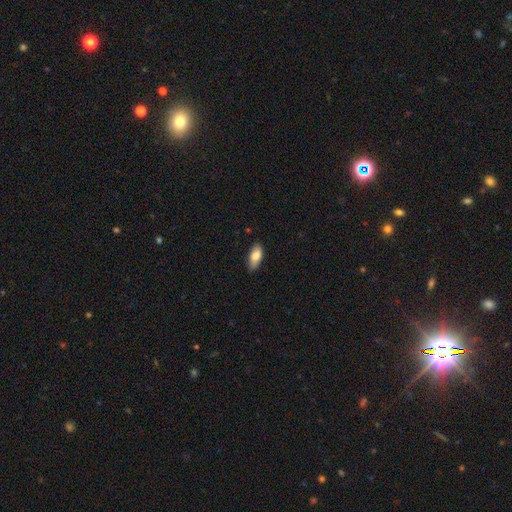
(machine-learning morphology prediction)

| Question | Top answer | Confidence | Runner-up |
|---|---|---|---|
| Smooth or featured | smooth | 80% | featured or disk (14%) |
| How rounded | in between | 86% | cigar-shaped (12%) |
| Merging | none | 78% | minor disturbance (18%) |